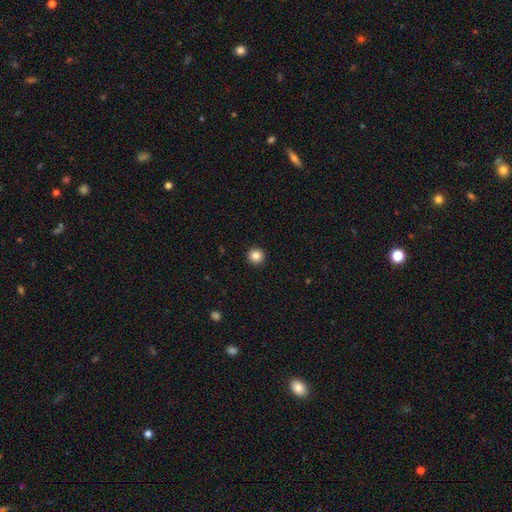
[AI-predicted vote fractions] smooth 85%, star or artifact 10%, featured or disk 5%. Down the decision tree: how rounded — round (95%); merging — none (94%).